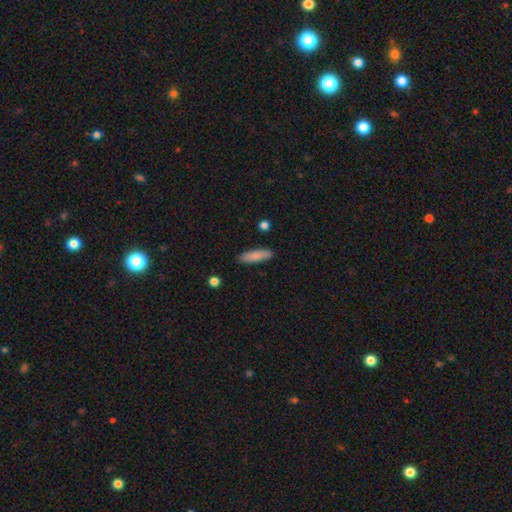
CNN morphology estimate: This is clearly a smooth galaxy (84%). How rounded: likely cigar-shaped (62%). Merging: clearly none (88%).